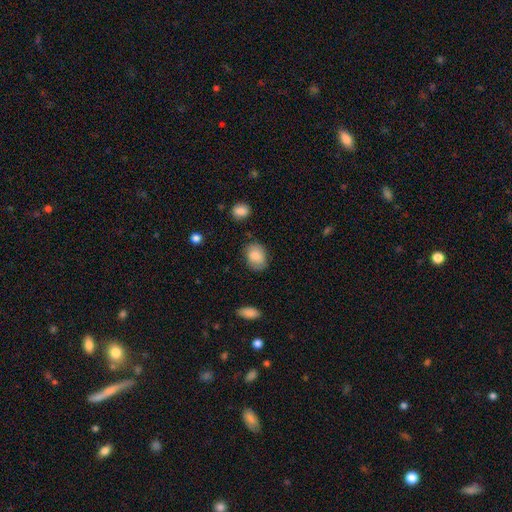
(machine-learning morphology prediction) Smooth or featured? Predicted: smooth (p=0.84). How rounded? Predicted: in between (p=0.64). Merging? Predicted: none (p=0.77).